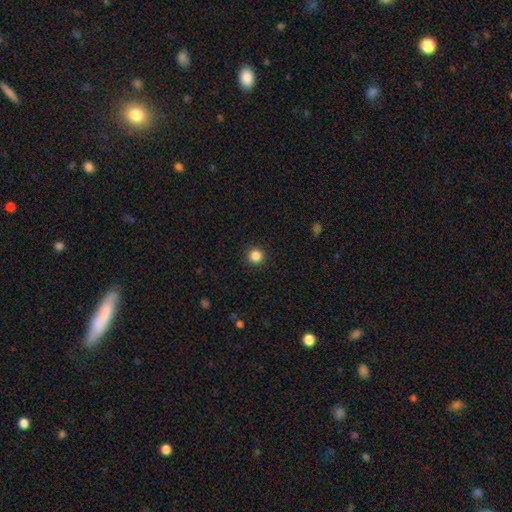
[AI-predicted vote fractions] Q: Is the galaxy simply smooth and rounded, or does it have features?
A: smooth — 85%.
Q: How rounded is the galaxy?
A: round — 94%.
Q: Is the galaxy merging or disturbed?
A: none — 93%.